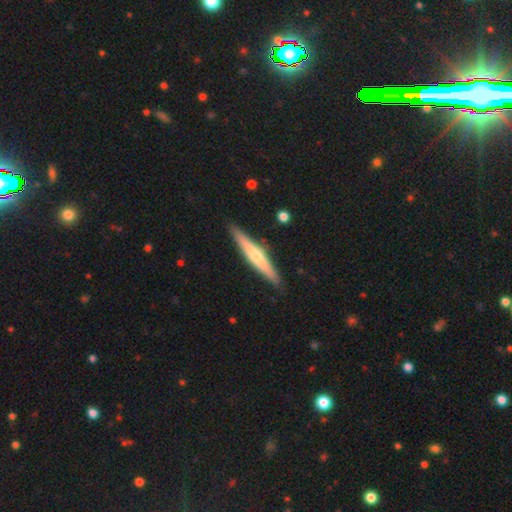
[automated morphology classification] Smooth or featured: featured or disk — 57% (smooth — 38%)
Edge-on disk: yes — 95% (no — 5%)
Edge-on bulge: rounded — 71% (none — 23%)
Merging: none — 89% (minor disturbance — 8%)